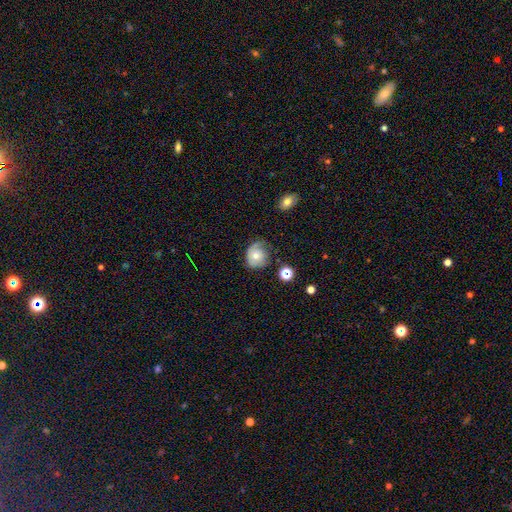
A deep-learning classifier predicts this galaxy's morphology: The model was most divided on "merging": none: 49%, minor disturbance: 33%, major disturbance: 15%, merger: 3%. More confident: how rounded — round (71%); smooth or featured — smooth (53%).